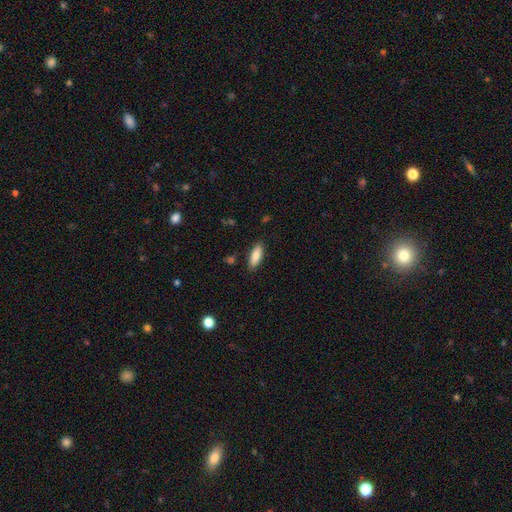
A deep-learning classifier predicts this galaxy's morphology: Overall: smooth (83%). How rounded: in between (71%). Merging: none (86%).